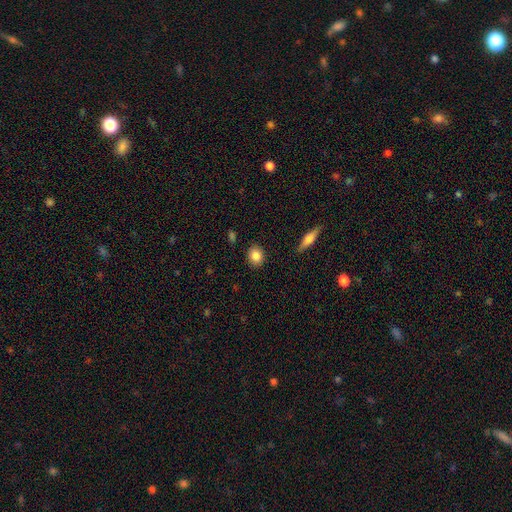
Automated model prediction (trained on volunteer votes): smooth-or-featured: smooth: 85% | star or artifact: 8% | featured or disk: 7%
  how-rounded: round: 60% | in between: 38% | cigar-shaped: 2%
  merging: none: 88% | minor disturbance: 8% | major disturbance: 2% | merger: 1%